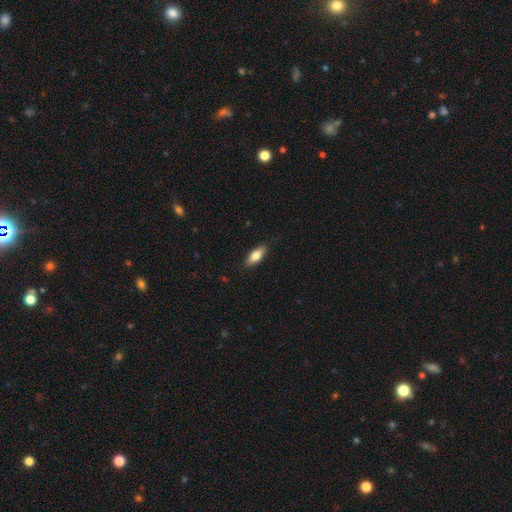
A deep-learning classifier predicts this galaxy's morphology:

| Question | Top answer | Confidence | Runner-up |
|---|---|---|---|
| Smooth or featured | smooth | 71% | featured or disk (22%) |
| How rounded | in between | 71% | cigar-shaped (27%) |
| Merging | none | 86% | minor disturbance (11%) |